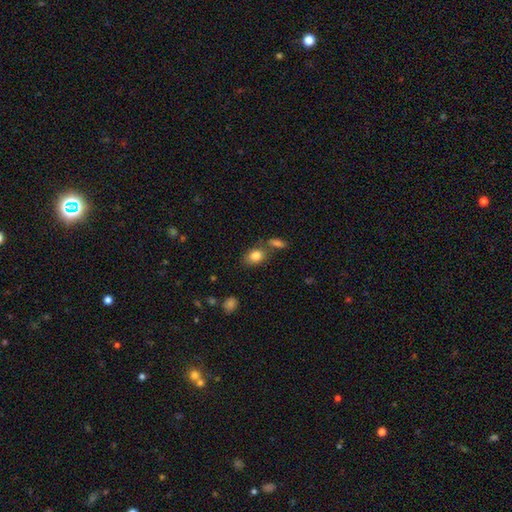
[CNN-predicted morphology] Overall: smooth (84%). How rounded: in between (74%). Merging: none (67%).